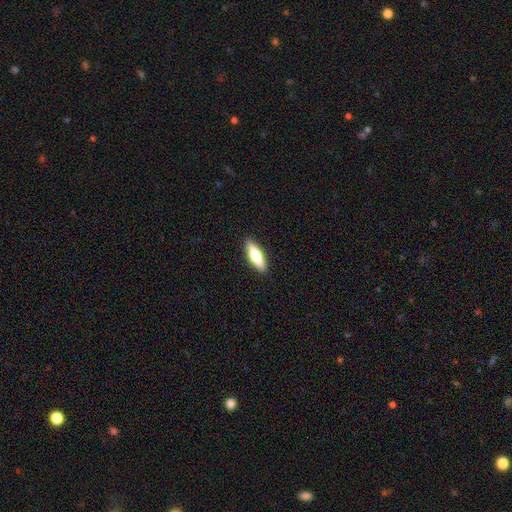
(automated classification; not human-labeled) Overall: smooth (59%; featured or disk 35%). How rounded: cigar-shaped (55%; in between 43%). Merging: none (90%).